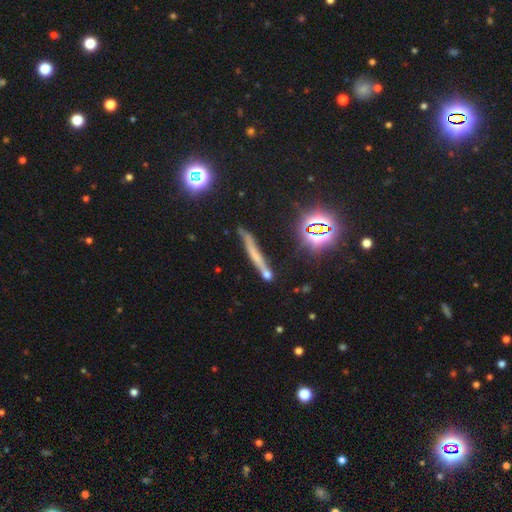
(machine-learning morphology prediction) Smooth or featured? Predicted: smooth (p=0.41). Merging? Predicted: none (p=0.70).